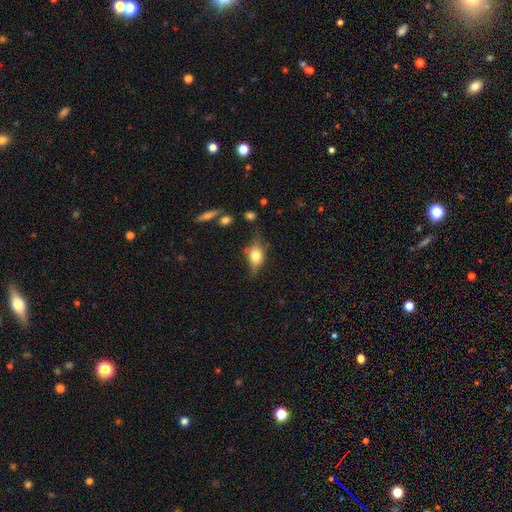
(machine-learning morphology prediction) Overall: smooth (63%; featured or disk 28%). How rounded: in between (72%). Merging: none (55%; minor disturbance 30%).